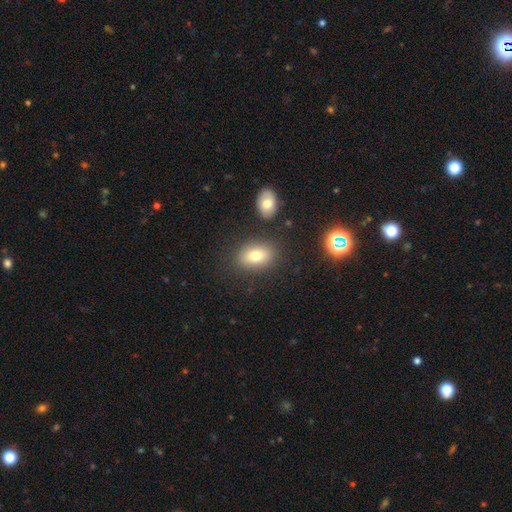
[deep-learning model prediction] smooth_or_featured: smooth (p=0.78) [alt: featured or disk p=0.13]
how_rounded: in between (p=0.82) [alt: round p=0.16]
merging: none (p=0.79) [alt: minor disturbance p=0.11]